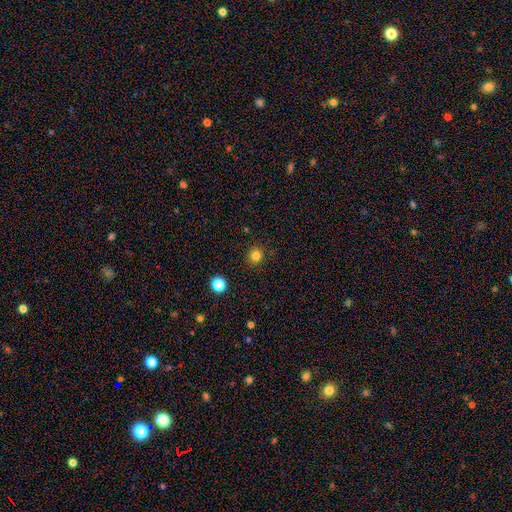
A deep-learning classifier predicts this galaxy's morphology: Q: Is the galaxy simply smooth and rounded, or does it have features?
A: smooth — 82%.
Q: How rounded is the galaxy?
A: round — 93%.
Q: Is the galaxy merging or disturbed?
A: none — 91%.